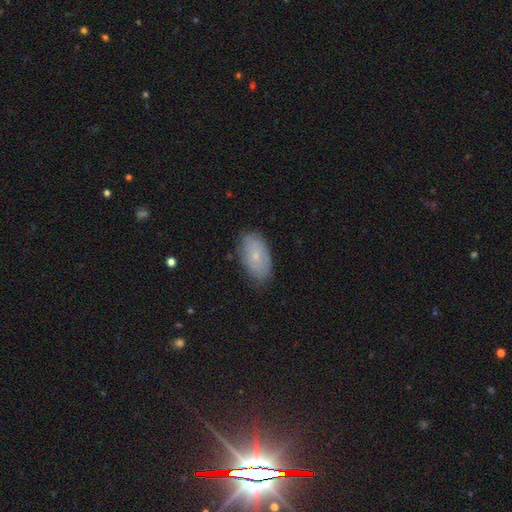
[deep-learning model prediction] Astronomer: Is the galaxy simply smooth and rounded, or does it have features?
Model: smooth — 67%.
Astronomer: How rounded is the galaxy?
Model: in between — 93%.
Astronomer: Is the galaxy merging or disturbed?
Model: none — 78%.